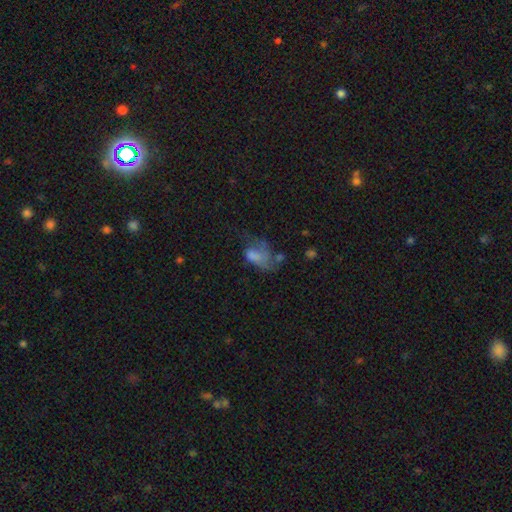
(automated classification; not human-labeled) Q: Smooth or featured?
A: smooth (53%); runner-up: featured or disk (36%)
Q: How rounded?
A: in between (86%); runner-up: round (12%)
Q: Merging?
A: major disturbance (51%); runner-up: minor disturbance (20%)